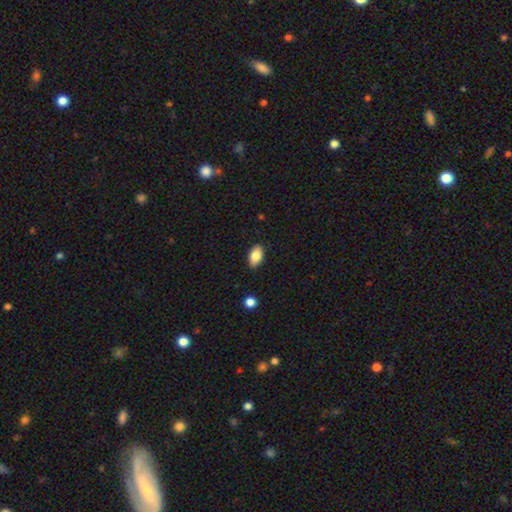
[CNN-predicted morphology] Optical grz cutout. It shows a smooth galaxy with no disk features (84%) that is in between round and cigar-shaped (92%). Merging: none (88%).